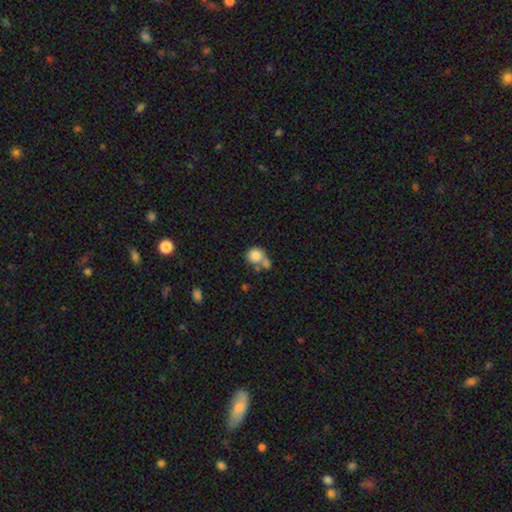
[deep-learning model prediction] Morphology: type=smooth (80%); roundness=round (81%); merging=merger (45%).